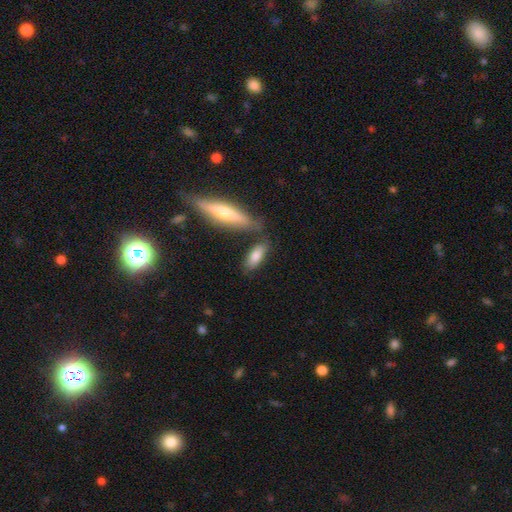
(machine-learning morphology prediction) smooth 77%, featured or disk 16%, star or artifact 6%. Down the decision tree: how rounded — in between (72%); merging — none (67%).